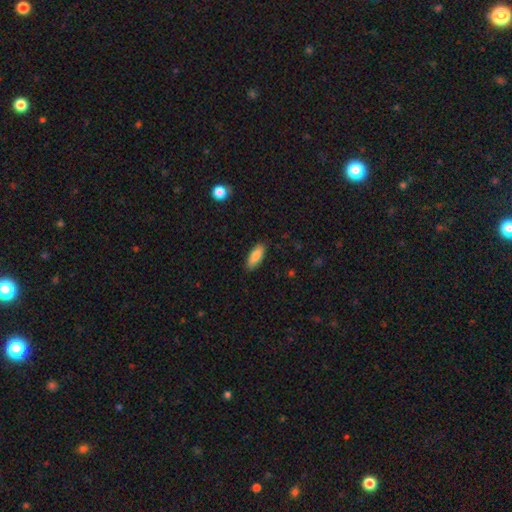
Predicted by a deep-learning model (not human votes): This is clearly a smooth galaxy (86%). How rounded: likely in between (76%). Merging: clearly none (87%).